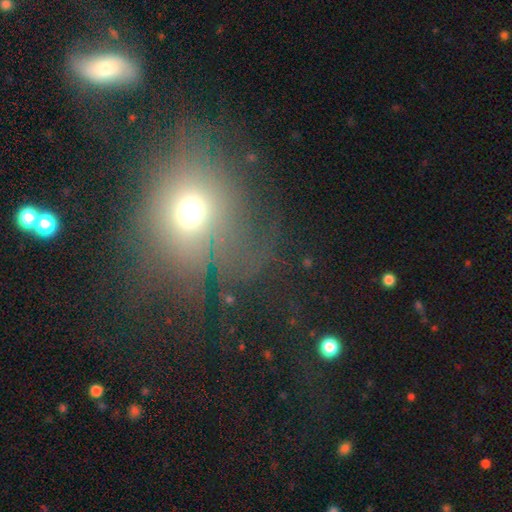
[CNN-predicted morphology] Q: Smooth or featured?
A: smooth (52%); runner-up: star or artifact (29%)
Q: How rounded?
A: round (71%); runner-up: in between (27%)
Q: Merging?
A: none (52%); runner-up: major disturbance (24%)